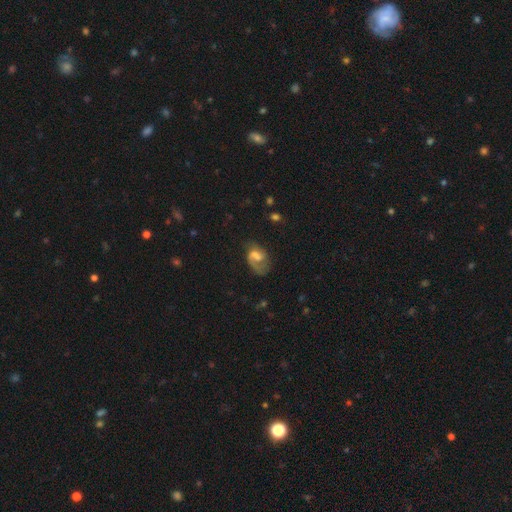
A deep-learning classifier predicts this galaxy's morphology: Q: Smooth or featured?
A: featured or disk (62%); runner-up: smooth (29%)
Q: Edge-on disk?
A: no (97%); runner-up: yes (3%)
Q: Bar?
A: weak (45%); runner-up: no (43%)
Q: Spiral arms?
A: yes (83%); runner-up: no (17%)
Q: Spiral winding?
A: loose (42%); runner-up: medium (41%)
Q: Spiral arm count?
A: 1 (50%); runner-up: 2 (39%)
Q: Bulge size?
A: moderate (35%); runner-up: small (26%)
Q: Merging?
A: none (42%); runner-up: major disturbance (31%)